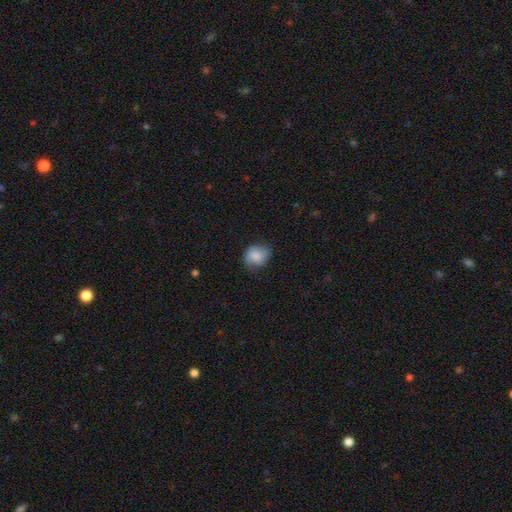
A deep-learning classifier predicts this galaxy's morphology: Smooth or featured? smooth (78%)
How rounded? round (60%)
Merging? none (63%)